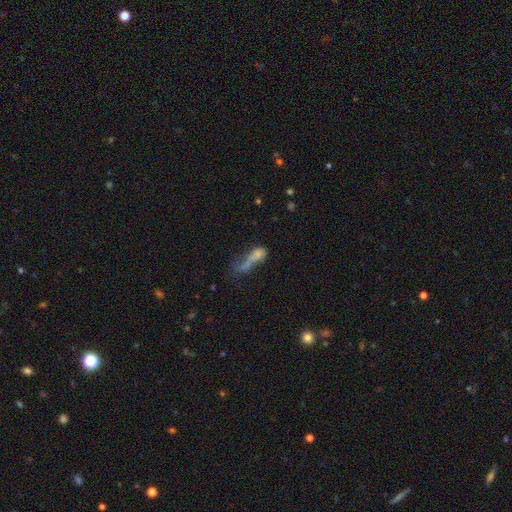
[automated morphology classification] Smooth or featured: smooth — 61% (featured or disk — 26%)
How rounded: in between — 61% (cigar-shaped — 30%)
Merging: major disturbance — 36% (merger — 34%)